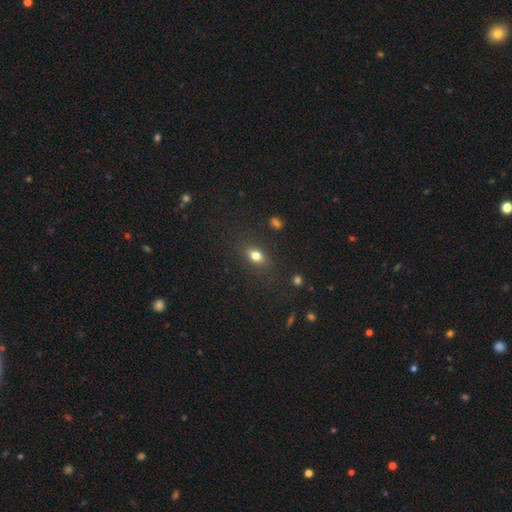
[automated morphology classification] Smooth or featured: smooth — 77% (star or artifact — 12%)
How rounded: in between — 72% (round — 22%)
Merging: none — 83% (minor disturbance — 11%)